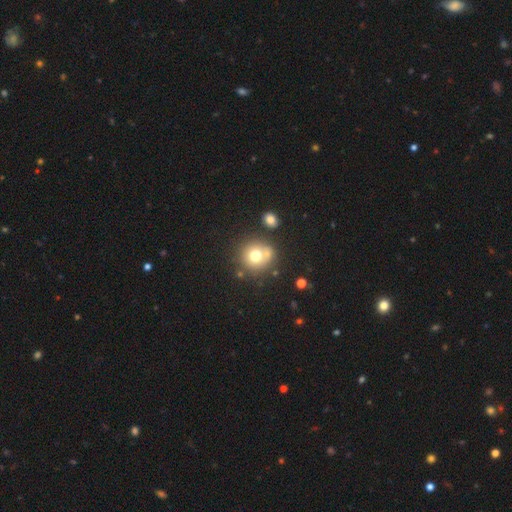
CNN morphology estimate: This appears to be a smooth galaxy with no disk features (70%) that is round (90%). Merging: none (62%).